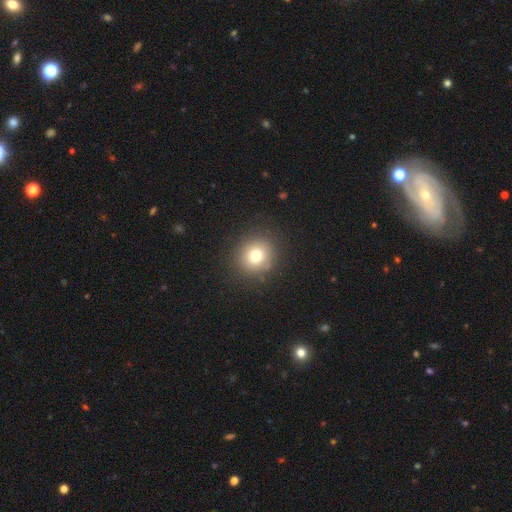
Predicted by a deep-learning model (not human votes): smooth-or-featured: smooth: 75% | star or artifact: 14% | featured or disk: 11%
  how-rounded: round: 89% | in between: 10% | cigar-shaped: 1%
  merging: none: 89% | minor disturbance: 7% | major disturbance: 3% | merger: 1%